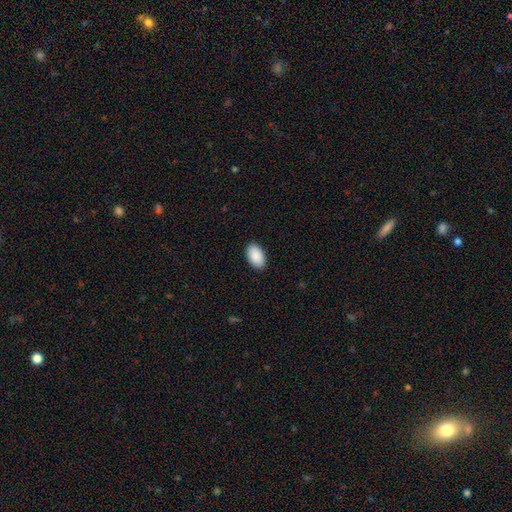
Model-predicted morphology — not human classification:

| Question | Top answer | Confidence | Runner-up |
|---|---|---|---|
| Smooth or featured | smooth | 91% | star or artifact (6%) |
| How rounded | in between | 95% | round (4%) |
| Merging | none | 90% | minor disturbance (8%) |